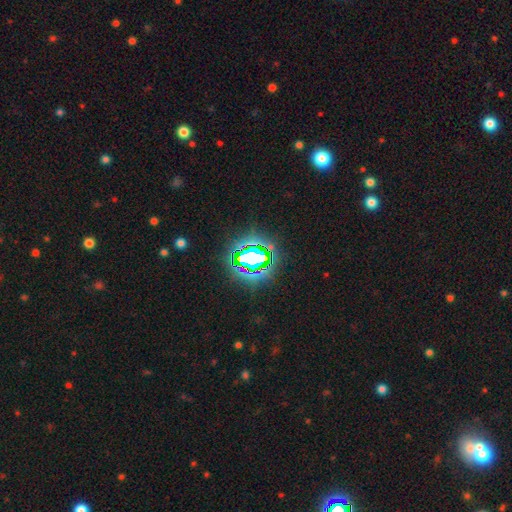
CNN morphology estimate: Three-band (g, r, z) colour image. It shows a star or artifact, not a galaxy (83%).